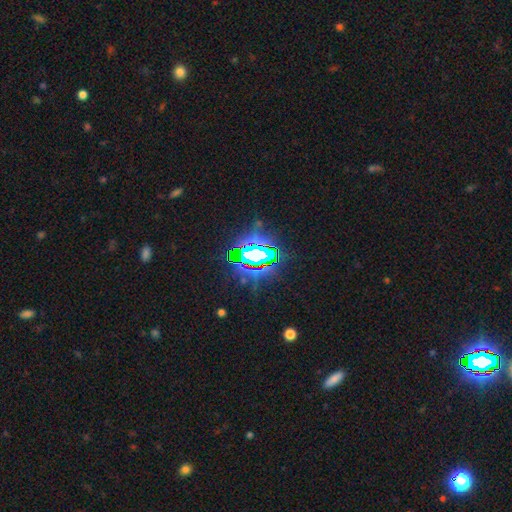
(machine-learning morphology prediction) A star or artifact, not a galaxy (75%).